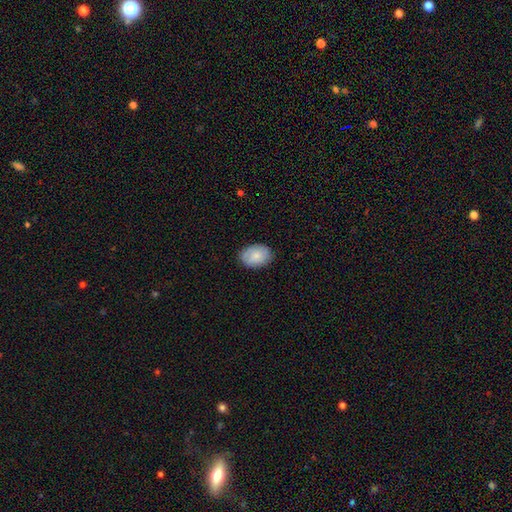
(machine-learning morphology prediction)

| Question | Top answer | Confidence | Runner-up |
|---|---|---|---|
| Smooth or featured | smooth | 74% | featured or disk (20%) |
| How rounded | in between | 78% | round (21%) |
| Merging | none | 83% | minor disturbance (14%) |